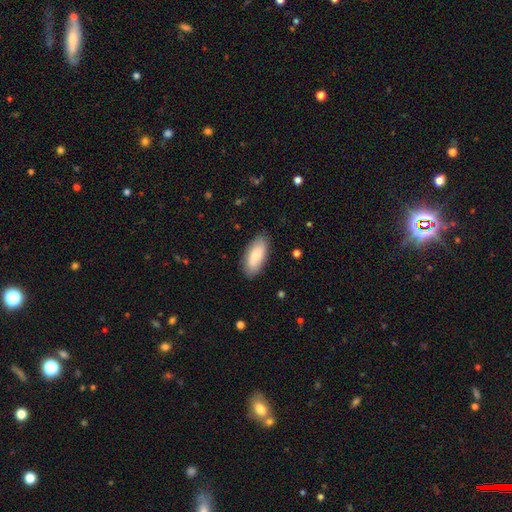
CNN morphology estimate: type=smooth (76%); roundness=in between (87%); merging=none (84%).